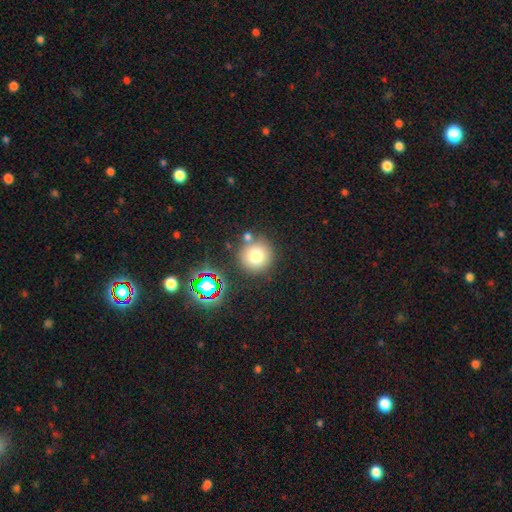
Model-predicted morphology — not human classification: Q: Smooth or featured?
A: smooth (74%); runner-up: star or artifact (16%)
Q: How rounded?
A: round (95%); runner-up: in between (4%)
Q: Merging?
A: none (77%); runner-up: merger (11%)